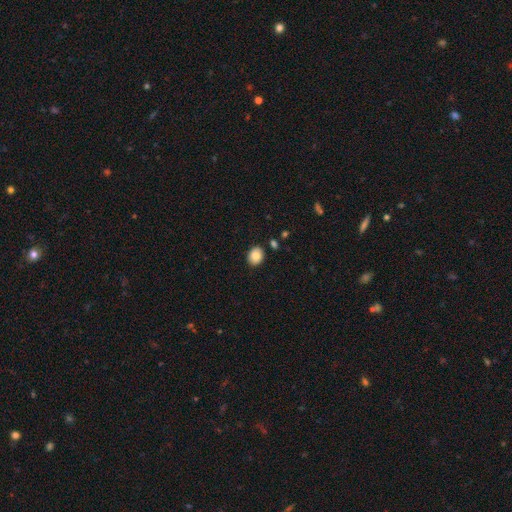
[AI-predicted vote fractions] This is clearly a smooth galaxy (84%). How rounded: possibly round (52%). Merging: clearly none (88%).